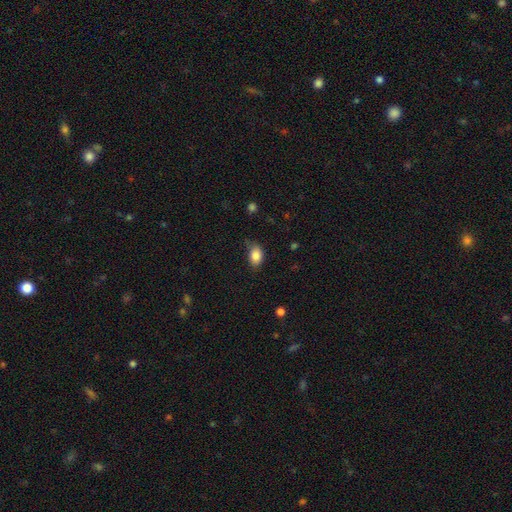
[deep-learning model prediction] smooth 84%, star or artifact 8%, featured or disk 7%. Down the decision tree: how rounded — in between (83%); merging — none (62%).